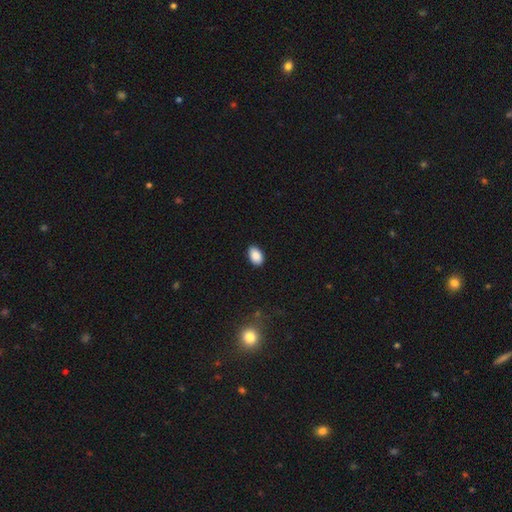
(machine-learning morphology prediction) A smooth galaxy with no disk features (89%) that is in between round and cigar-shaped (91%).

Vote fractions:
- Smooth or featured? smooth: 89% / star or artifact: 8% / featured or disk: 4%
- How rounded? in between: 91% / round: 8% / cigar-shaped: 1%
- Merging? none: 88% / minor disturbance: 9% / major disturbance: 2% / merger: 1%